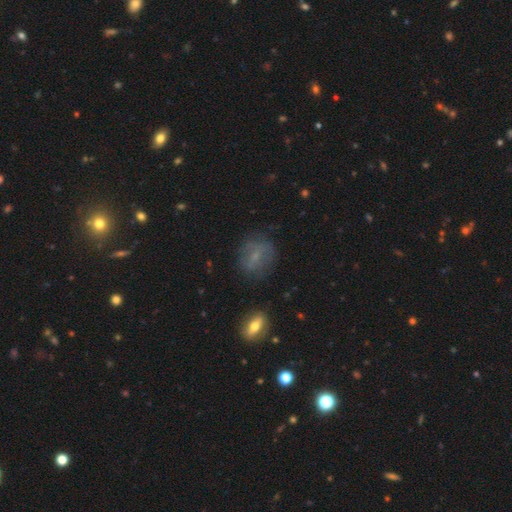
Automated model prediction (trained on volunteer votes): smooth 51%, featured or disk 35%, star or artifact 14%. Down the decision tree: how rounded — round (58%); merging — none (69%).